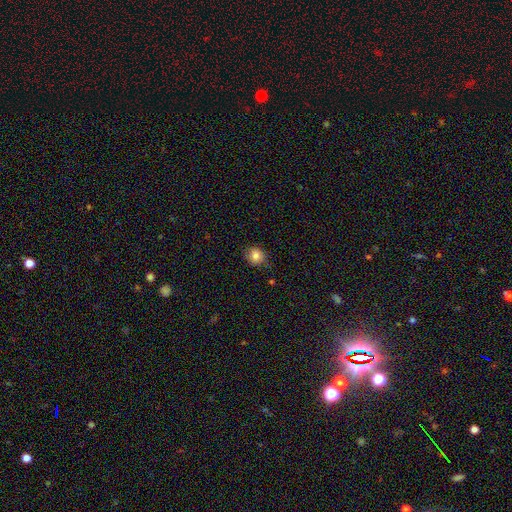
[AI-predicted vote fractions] This is clearly a smooth galaxy (82%). How rounded: likely round (78%). Merging: likely none (77%).